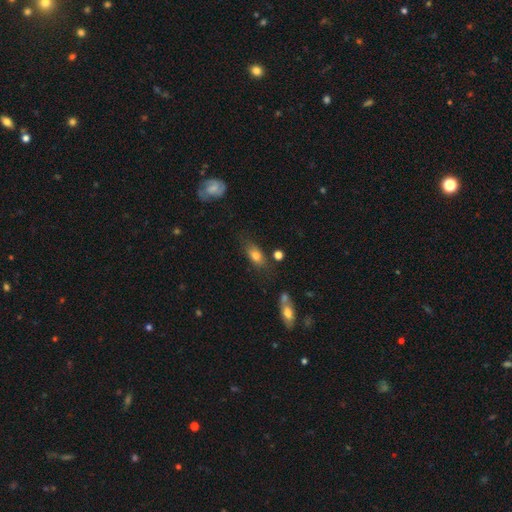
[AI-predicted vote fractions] smooth-or-featured: smooth: 75% | featured or disk: 15% | star or artifact: 9%
  how-rounded: in between: 81% | round: 10% | cigar-shaped: 9%
  merging: none: 68% | minor disturbance: 20% | major disturbance: 6% | merger: 6%